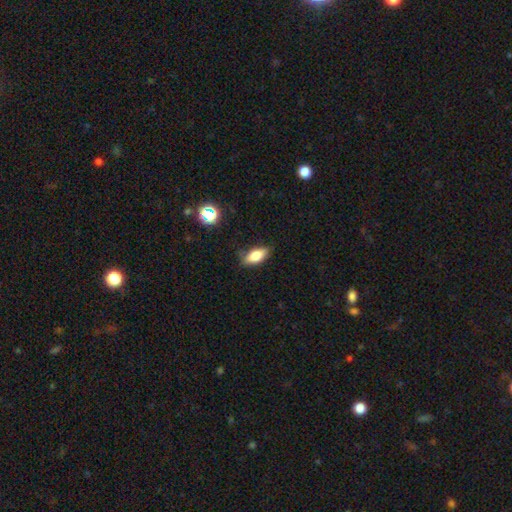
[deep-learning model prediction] This is likely a smooth galaxy (77%). How rounded: clearly in between (83%). Merging: likely none (78%).